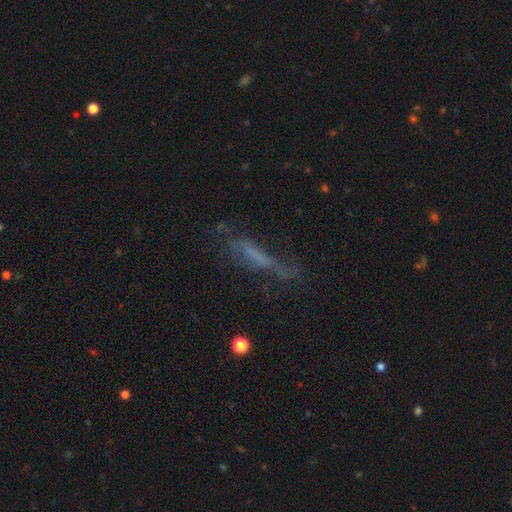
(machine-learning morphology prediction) Smooth or featured? Predicted: featured or disk (p=0.43). Merging? Predicted: none (p=0.43).